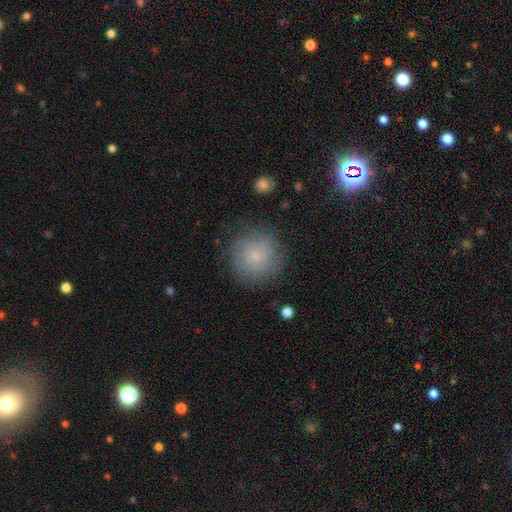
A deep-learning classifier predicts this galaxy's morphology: type=smooth (67%); roundness=round (94%); merging=none (80%).